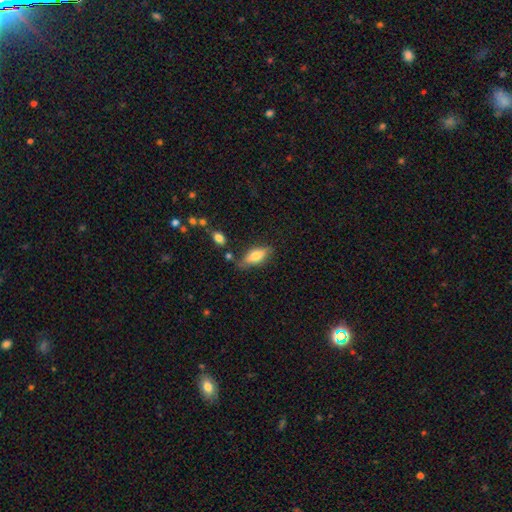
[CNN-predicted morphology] Q: Smooth or featured?
A: smooth (70%); runner-up: featured or disk (23%)
Q: How rounded?
A: in between (74%); runner-up: cigar-shaped (23%)
Q: Merging?
A: none (68%); runner-up: minor disturbance (21%)